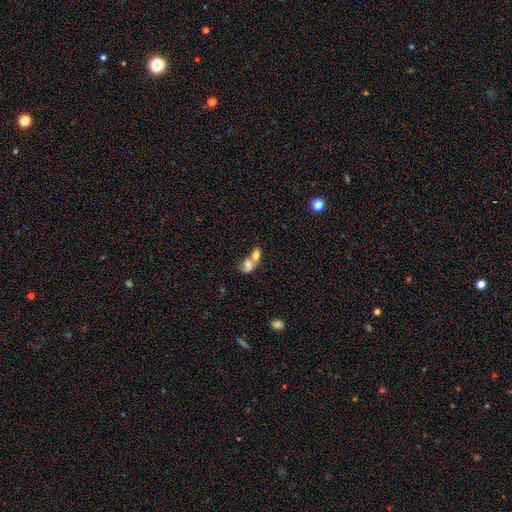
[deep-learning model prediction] smooth-or-featured: smooth: 67% | featured or disk: 23% | star or artifact: 10%
  how-rounded: in between: 65% | round: 32% | cigar-shaped: 3%
  merging: merger: 75% | none: 14% | minor disturbance: 6% | major disturbance: 5%